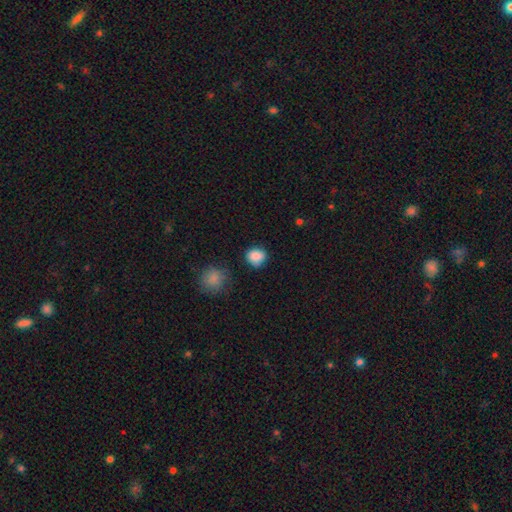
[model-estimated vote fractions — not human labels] The model was most divided on "merging": none: 71%, minor disturbance: 20%, major disturbance: 5%, merger: 4%. More confident: smooth or featured — smooth (86%); how rounded — round (76%).